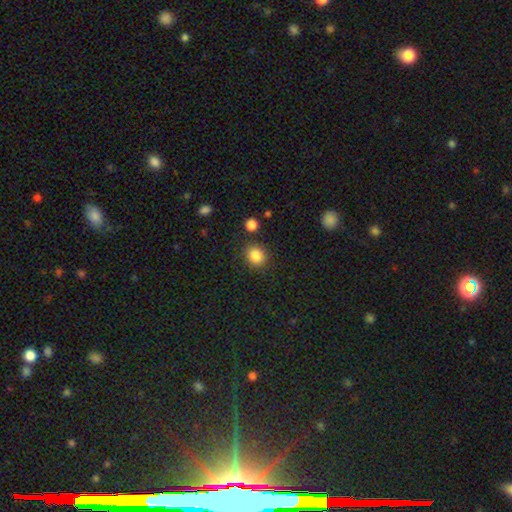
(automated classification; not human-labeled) This is clearly a smooth galaxy (85%). How rounded: likely round (77%). Merging: clearly none (86%).